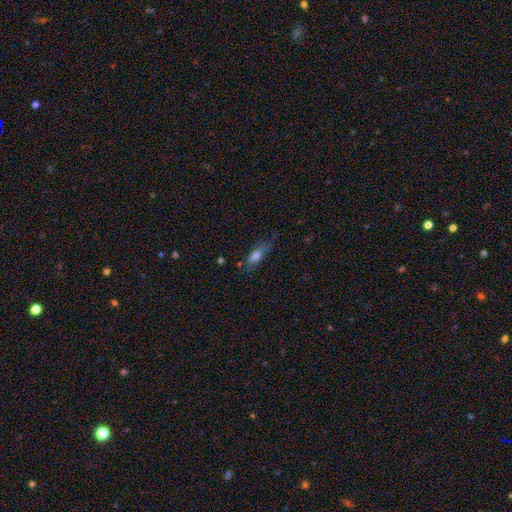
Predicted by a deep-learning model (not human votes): smooth_or_featured: smooth (p=0.64) [alt: featured or disk p=0.26]
how_rounded: cigar-shaped (p=0.50) [alt: in between p=0.47]
merging: none (p=0.67) [alt: minor disturbance p=0.23]